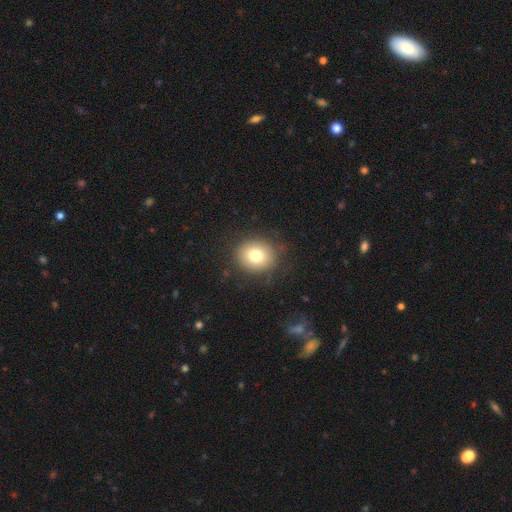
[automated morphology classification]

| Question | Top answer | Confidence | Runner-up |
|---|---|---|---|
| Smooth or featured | smooth | 78% | featured or disk (11%) |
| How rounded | round | 73% | in between (27%) |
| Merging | none | 84% | minor disturbance (11%) |